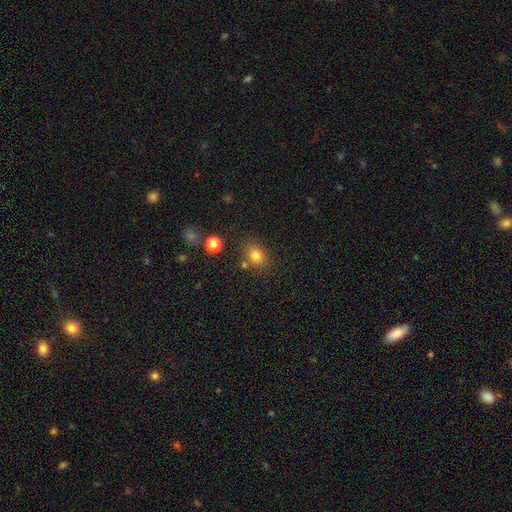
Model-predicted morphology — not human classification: A smooth galaxy with no disk features (79%) that is round (64%). Merging: none (74%).